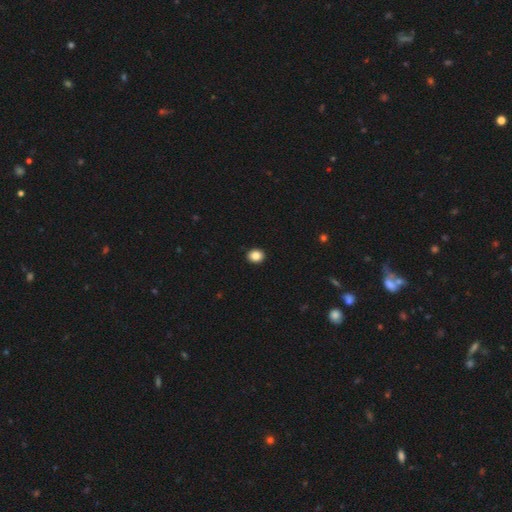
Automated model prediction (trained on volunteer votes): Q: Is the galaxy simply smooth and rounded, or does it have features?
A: smooth — 86%.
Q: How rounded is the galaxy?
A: round — 70%.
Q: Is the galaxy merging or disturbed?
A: none — 92%.